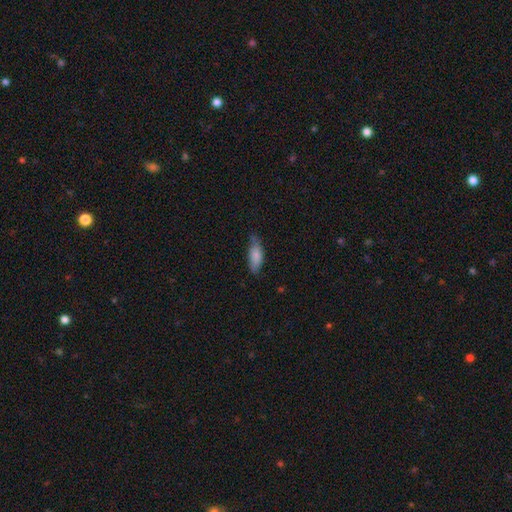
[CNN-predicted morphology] smooth_or_featured: smooth (p=0.82) [alt: featured or disk p=0.12]
how_rounded: in between (p=0.73) [alt: cigar-shaped p=0.25]
merging: none (p=0.63) [alt: minor disturbance p=0.30]